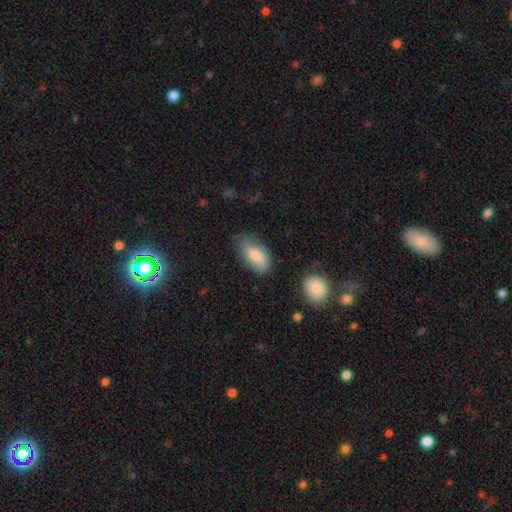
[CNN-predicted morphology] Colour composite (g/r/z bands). It shows a smooth galaxy with no disk features (72%) that is in between round and cigar-shaped (91%). Merging: none (68%).